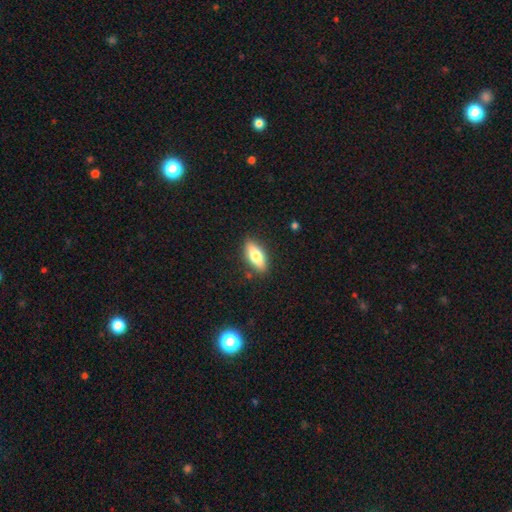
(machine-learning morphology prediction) Smooth or featured?
  - smooth: 66% *
  - featured or disk: 27%
  - star or artifact: 7%
How rounded?
  - in between: 71% *
  - cigar-shaped: 26%
  - round: 3%
Merging?
  - none: 86% *
  - minor disturbance: 10%
  - major disturbance: 2%
  - merger: 2%